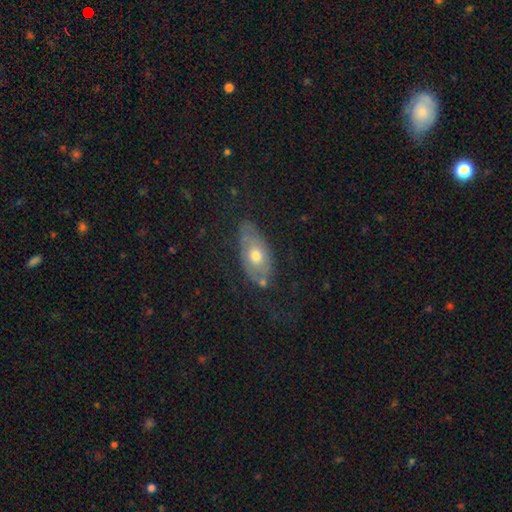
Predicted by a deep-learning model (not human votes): smooth_or_featured: featured or disk (p=0.49) [alt: smooth p=0.43]
merging: none (p=0.67) [alt: minor disturbance p=0.22]